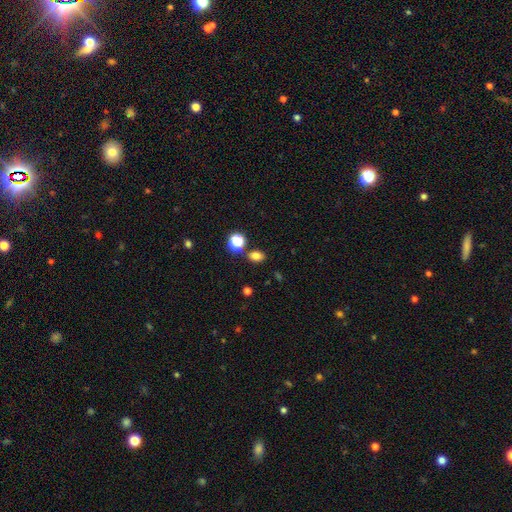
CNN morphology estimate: This appears to be a smooth galaxy with no disk features (77%) that is in between round and cigar-shaped (63%). Merging: none (79%).